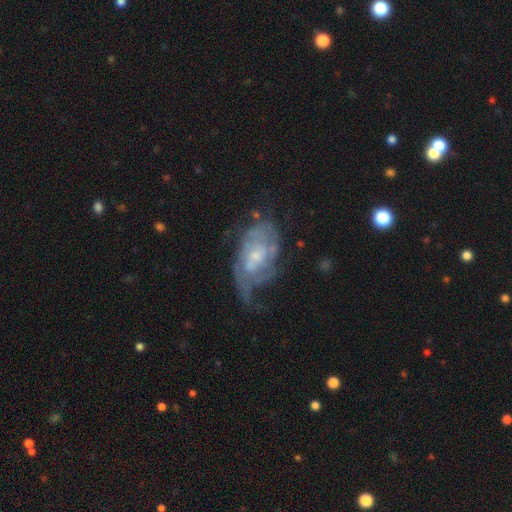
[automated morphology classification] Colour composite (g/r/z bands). It shows a featured or disk galaxy (77%) with no bar (68%), tight (44%) spiral arms (80%) and a small central bulge (65%). Merging: none (39%).